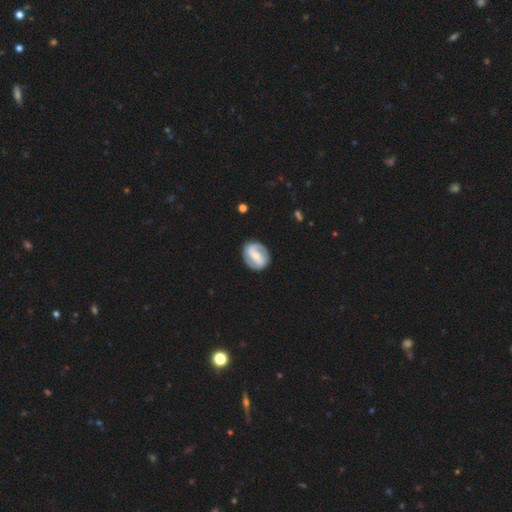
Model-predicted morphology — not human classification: featured or disk 76%, smooth 19%, star or artifact 5%. Down the decision tree: edge-on disk — no (97%); bar — strong (45%); spiral arms — yes (85%); spiral arm count — 2 (87%); spiral winding — medium (41%); bulge size — small (48%); merging — none (85%).